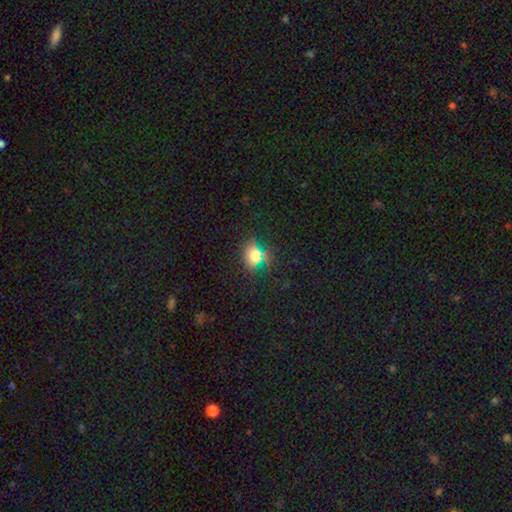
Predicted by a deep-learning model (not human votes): This is likely a smooth galaxy (67%). How rounded: likely round (61%). Merging: likely none (80%).